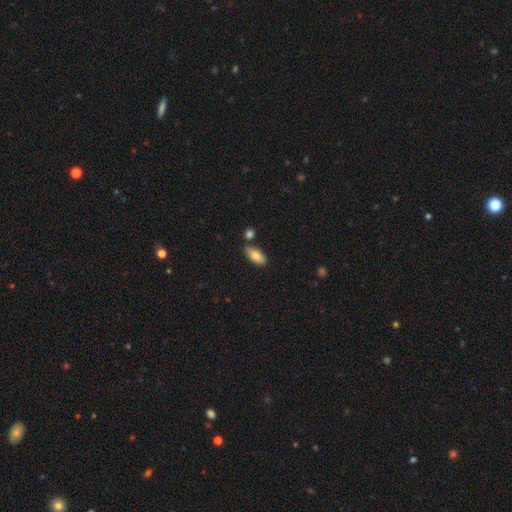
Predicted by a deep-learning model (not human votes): Morphology: type=smooth (81%); roundness=in between (87%); merging=none (79%).